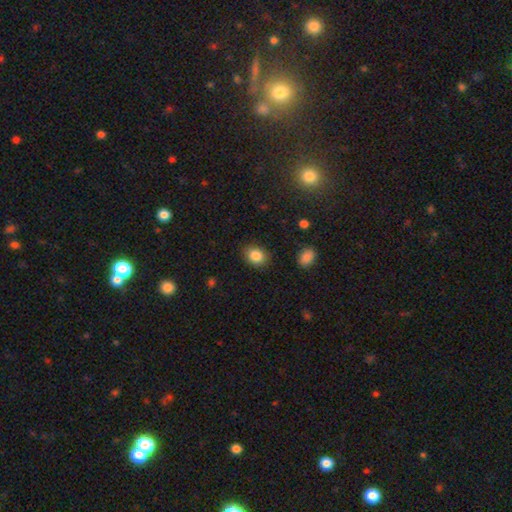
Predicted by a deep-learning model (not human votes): Smooth or featured: smooth — 85% (star or artifact — 9%)
How rounded: in between — 56% (round — 43%)
Merging: none — 86% (minor disturbance — 10%)